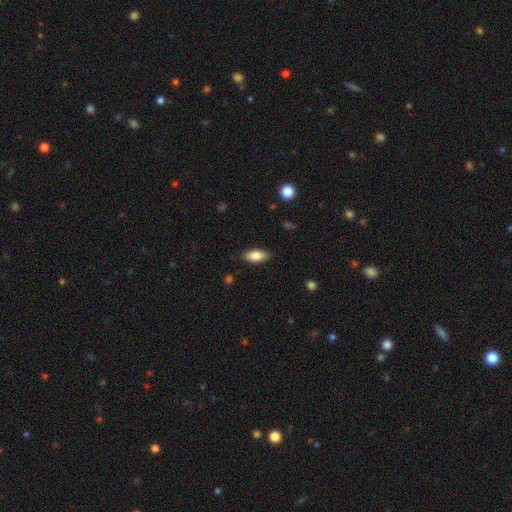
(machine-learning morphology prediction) Smooth or featured: smooth — 80% (featured or disk — 13%)
How rounded: in between — 85% (cigar-shaped — 12%)
Merging: none — 86% (minor disturbance — 11%)